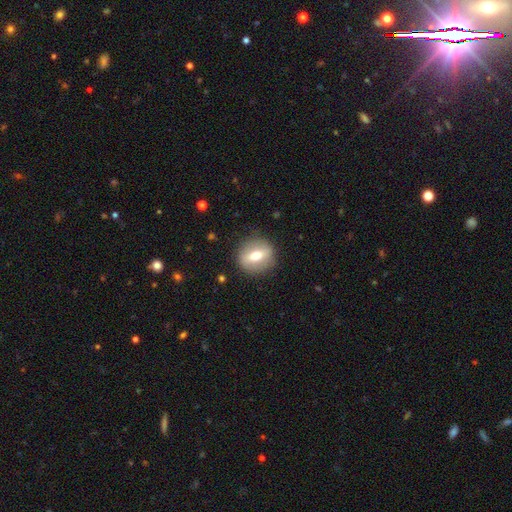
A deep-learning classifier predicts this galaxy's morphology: This is possibly a smooth galaxy (55%). How rounded: likely round (72%). Merging: clearly none (87%).